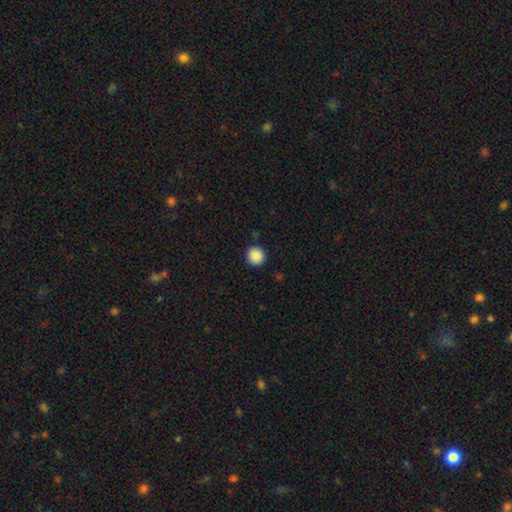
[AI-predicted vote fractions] This is clearly a smooth galaxy (89%). How rounded: clearly round (95%). Merging: clearly none (91%).